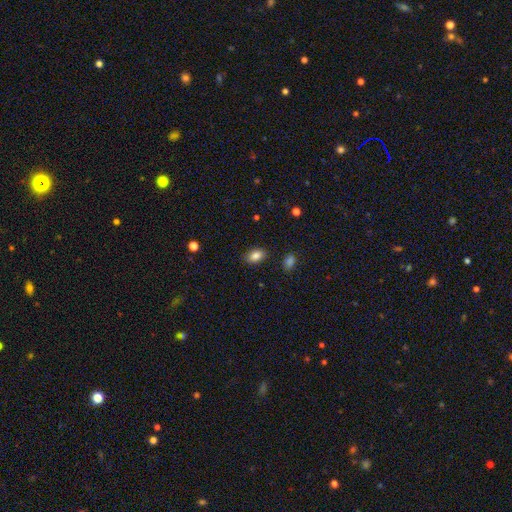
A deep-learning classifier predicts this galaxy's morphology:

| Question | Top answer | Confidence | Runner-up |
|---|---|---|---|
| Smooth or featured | smooth | 85% | star or artifact (9%) |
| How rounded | in between | 89% | round (10%) |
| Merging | none | 86% | minor disturbance (10%) |